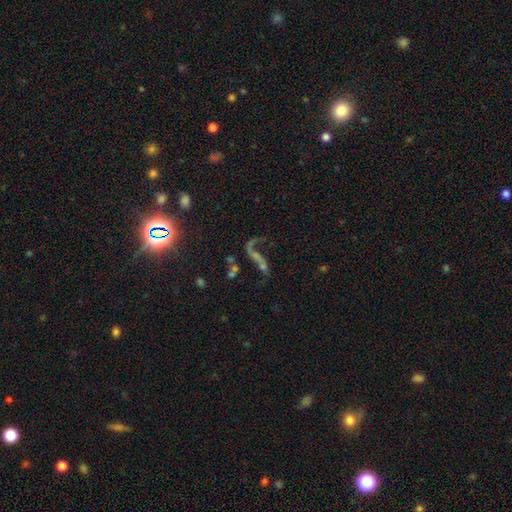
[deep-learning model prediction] Q: Smooth or featured?
A: featured or disk (57%); runner-up: star or artifact (28%)
Q: Edge-on disk?
A: no (88%); runner-up: yes (12%)
Q: Merging?
A: none (39%); runner-up: major disturbance (28%)